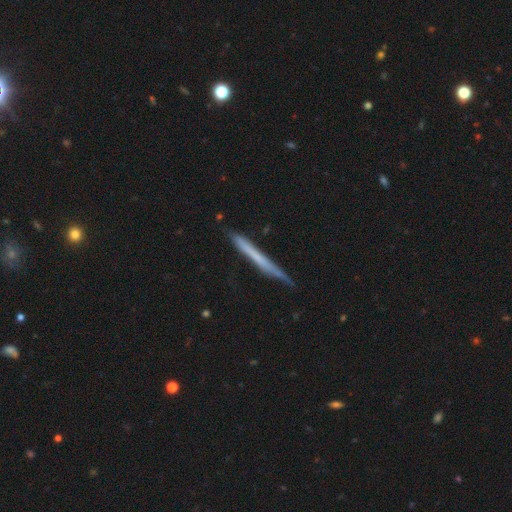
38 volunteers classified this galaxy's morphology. This appears to be a featured or disk galaxy (58%) viewed edge-on (91%) with no central bulge (95%). Merging: none (59%).